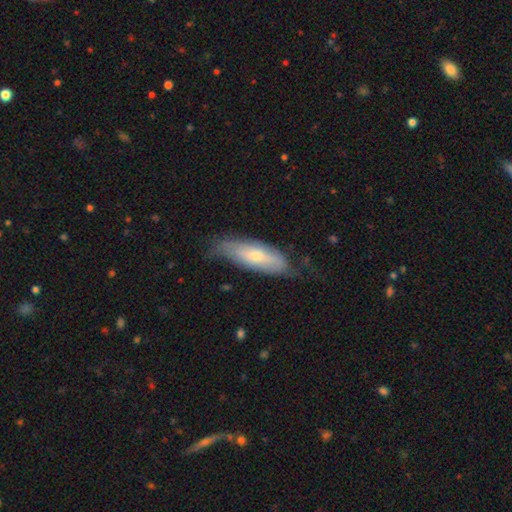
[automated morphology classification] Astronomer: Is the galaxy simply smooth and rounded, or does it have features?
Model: smooth — 52% (runner-up: featured or disk, 42%).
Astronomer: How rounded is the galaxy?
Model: in between — 59% (runner-up: cigar-shaped, 39%).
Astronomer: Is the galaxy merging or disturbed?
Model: none — 60%.